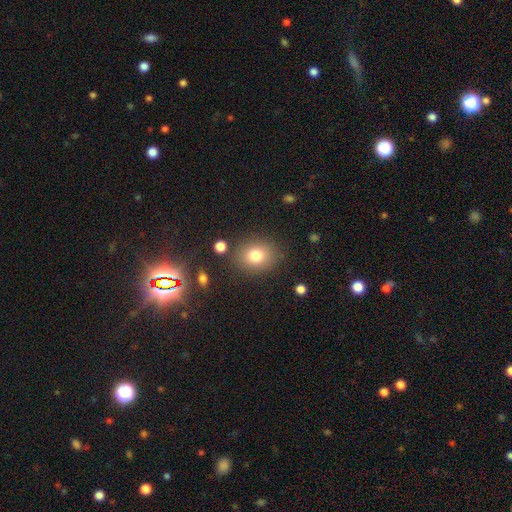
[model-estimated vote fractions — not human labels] smooth 79%, star or artifact 12%, featured or disk 9%. Down the decision tree: how rounded — round (60%); merging — none (81%).